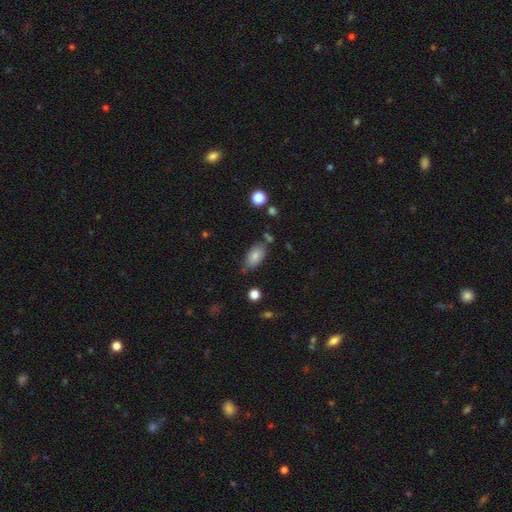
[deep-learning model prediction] The model was most divided on "merging": none: 67%, minor disturbance: 22%, merger: 7%, major disturbance: 5%. More confident: how rounded — in between (91%); smooth or featured — smooth (80%).